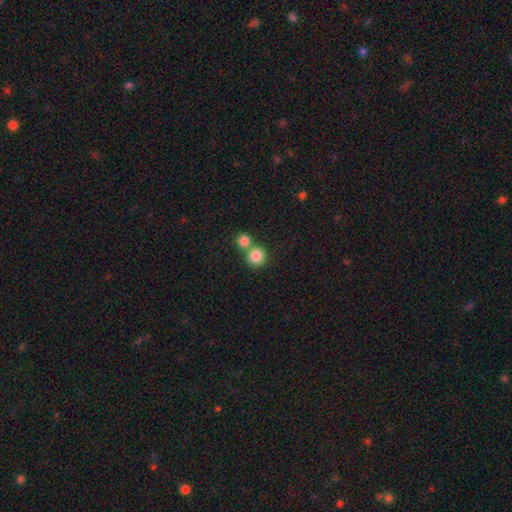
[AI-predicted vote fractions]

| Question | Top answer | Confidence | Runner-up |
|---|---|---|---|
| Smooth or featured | smooth | 84% | star or artifact (9%) |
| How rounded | round | 89% | in between (10%) |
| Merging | none | 50% | merger (41%) |